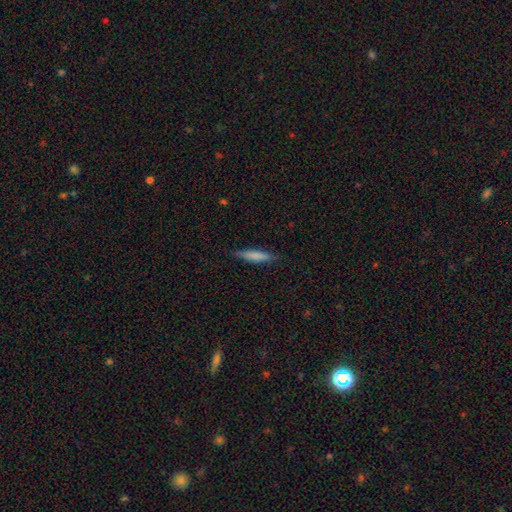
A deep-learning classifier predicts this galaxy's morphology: Overall: smooth (70%). How rounded: cigar-shaped (85%). Merging: none (85%).